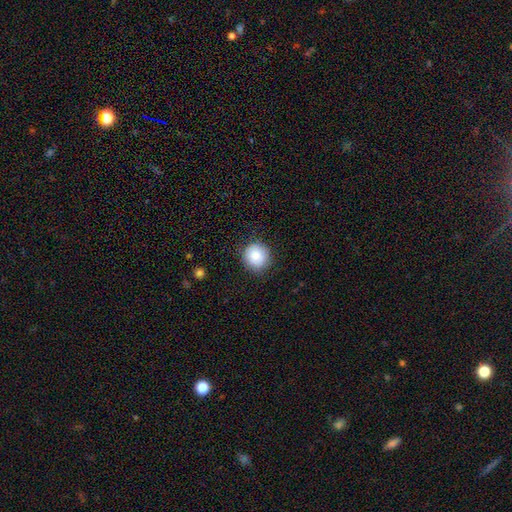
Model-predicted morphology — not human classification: This is clearly a smooth galaxy (83%). How rounded: clearly round (91%). Merging: clearly none (86%).